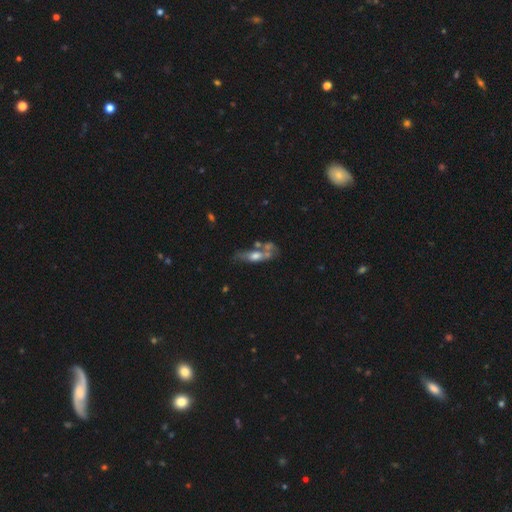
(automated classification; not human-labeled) A featured or disk galaxy (50%). Merging: merger (34%).